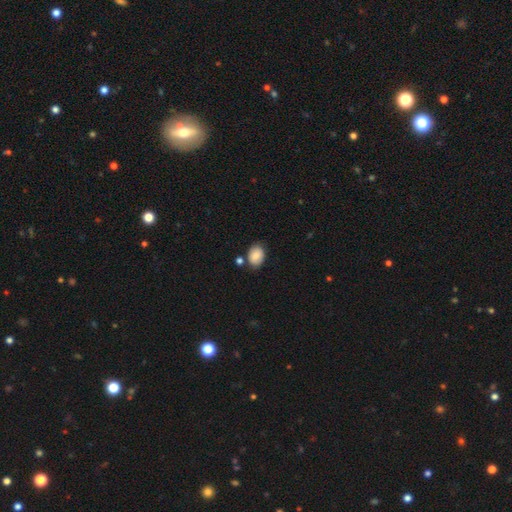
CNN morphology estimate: This appears to be a smooth galaxy with no disk features (85%) that is in between round and cigar-shaped (75%). Merging: none (76%).